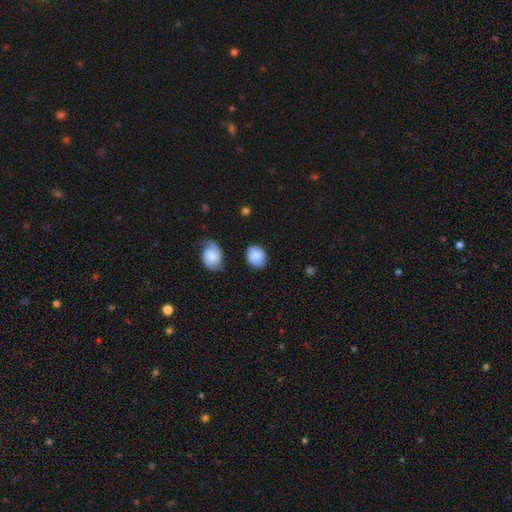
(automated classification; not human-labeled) A smooth galaxy with no disk features (81%) that is round (63%). Merging: none (73%).